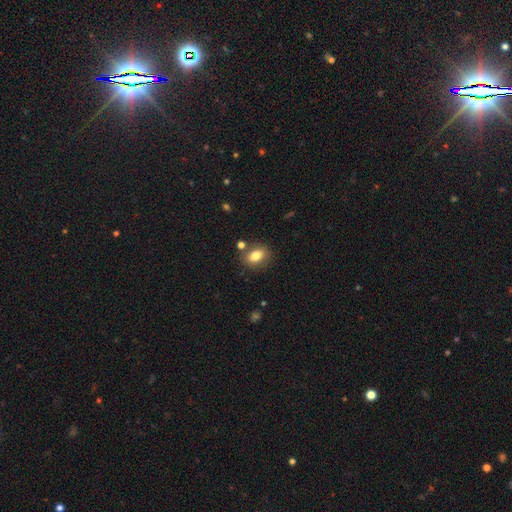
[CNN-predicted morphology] Overall: smooth (80%). How rounded: in between (76%). Merging: none (80%).